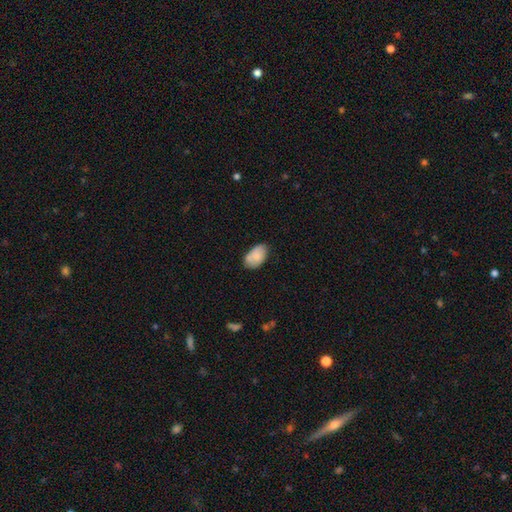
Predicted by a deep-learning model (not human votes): Smooth or featured? Predicted: smooth (p=0.80). How rounded? Predicted: in between (p=0.92). Merging? Predicted: none (p=0.61).